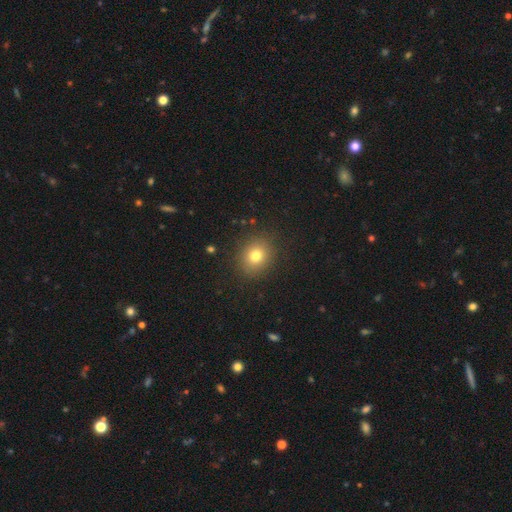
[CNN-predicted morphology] smooth-or-featured: smooth: 77% | star or artifact: 14% | featured or disk: 9%
  how-rounded: round: 73% | in between: 26% | cigar-shaped: 1%
  merging: none: 88% | minor disturbance: 8% | major disturbance: 3% | merger: 1%